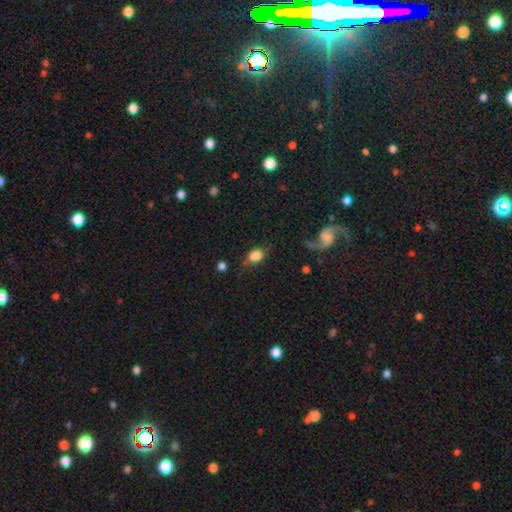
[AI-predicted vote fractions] Smooth or featured: smooth — 80% (featured or disk — 11%)
How rounded: in between — 64% (round — 35%)
Merging: none — 56% (minor disturbance — 24%)